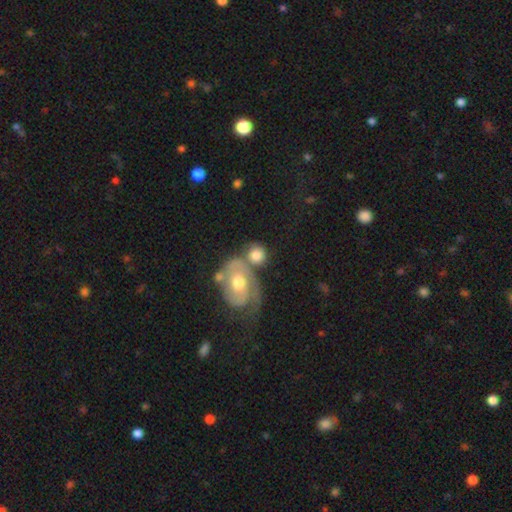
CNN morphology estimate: A smooth galaxy with no disk features (60%) that is round (66%).

Vote fractions:
- Smooth or featured? smooth: 60% / featured or disk: 32% / star or artifact: 7%
- How rounded? round: 66% / in between: 32% / cigar-shaped: 2%
- Merging? merger: 41% / none: 36% / minor disturbance: 13% / major disturbance: 10%